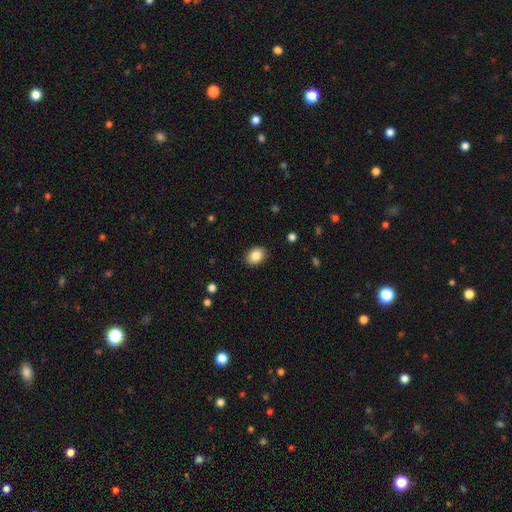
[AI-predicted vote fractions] Smooth or featured: smooth — 86% (star or artifact — 8%)
How rounded: in between — 69% (round — 30%)
Merging: none — 88% (minor disturbance — 9%)